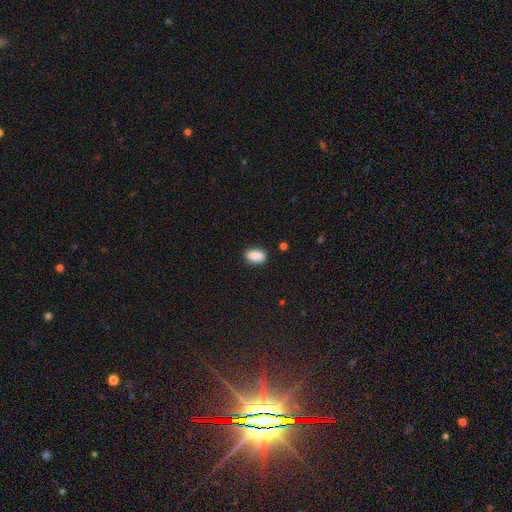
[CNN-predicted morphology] smooth-or-featured: smooth: 89% | star or artifact: 7% | featured or disk: 3%
  how-rounded: in between: 91% | round: 7% | cigar-shaped: 3%
  merging: none: 86% | minor disturbance: 10% | major disturbance: 2% | merger: 1%